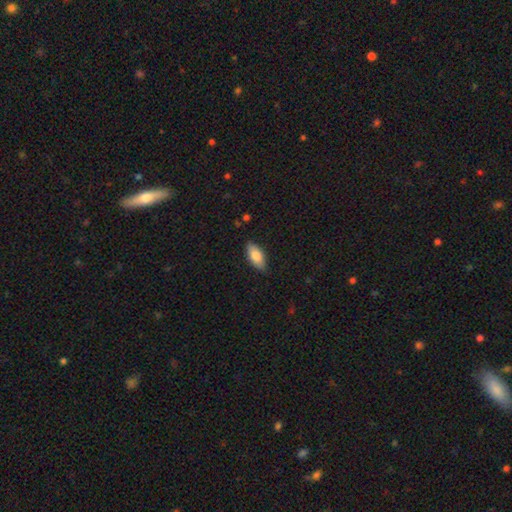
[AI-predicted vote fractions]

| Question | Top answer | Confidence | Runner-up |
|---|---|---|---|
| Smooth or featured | smooth | 81% | featured or disk (12%) |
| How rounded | in between | 86% | cigar-shaped (11%) |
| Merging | none | 84% | minor disturbance (13%) |